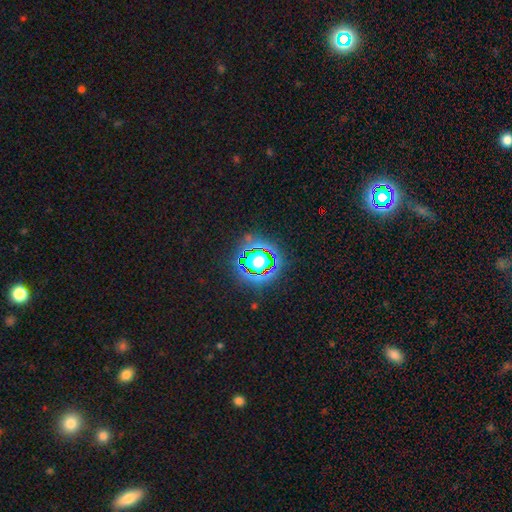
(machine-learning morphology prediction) The model was most divided on "smooth or featured": star or artifact: 81%, smooth: 13%, featured or disk: 7%.